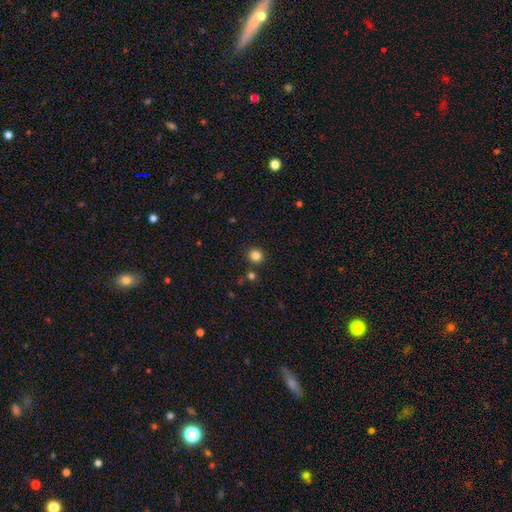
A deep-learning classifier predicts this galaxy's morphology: Smooth or featured? Predicted: smooth (p=0.83). How rounded? Predicted: round (p=0.91). Merging? Predicted: none (p=0.87).